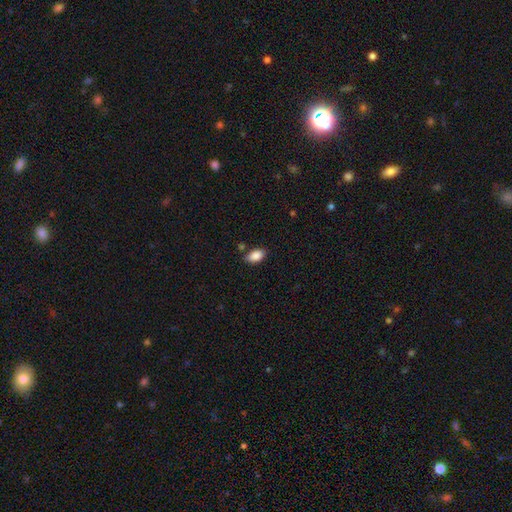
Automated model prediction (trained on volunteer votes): A smooth galaxy with no disk features (88%) that is in between round and cigar-shaped (92%).

Vote fractions:
- Smooth or featured? smooth: 88% / star or artifact: 8% / featured or disk: 4%
- How rounded? in between: 92% / round: 5% / cigar-shaped: 2%
- Merging? none: 78% / minor disturbance: 15% / merger: 4% / major disturbance: 3%